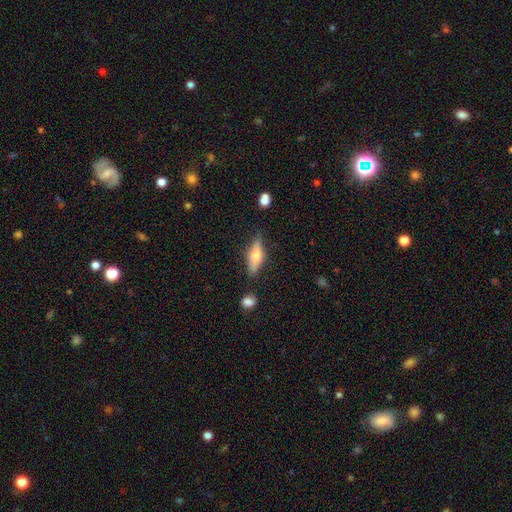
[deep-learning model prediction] featured or disk 48%, smooth 45%, star or artifact 7%. Down the decision tree: merging — none (80%).